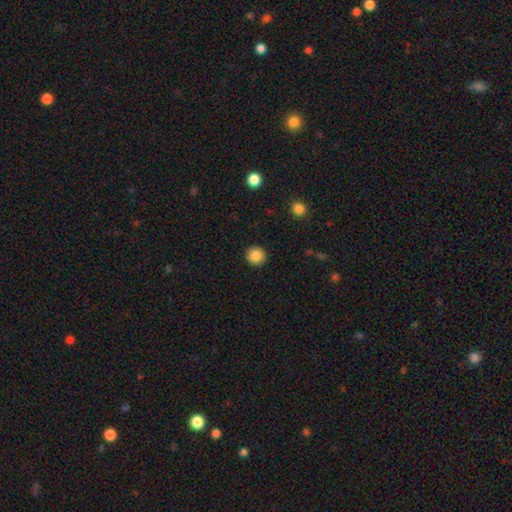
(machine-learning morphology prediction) A smooth galaxy with no disk features (86%) that is round (95%).

Vote fractions:
- Smooth or featured? smooth: 86% / star or artifact: 9% / featured or disk: 5%
- How rounded? round: 95% / in between: 4% / cigar-shaped: 1%
- Merging? none: 93% / minor disturbance: 5% / major disturbance: 2% / merger: 1%